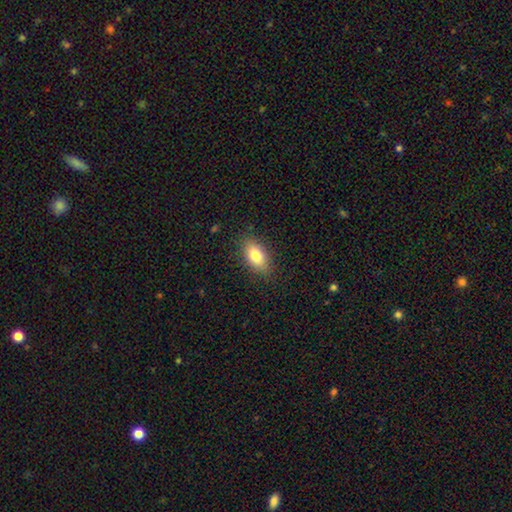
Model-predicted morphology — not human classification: type=smooth (80%); roundness=in between (88%); merging=none (85%).